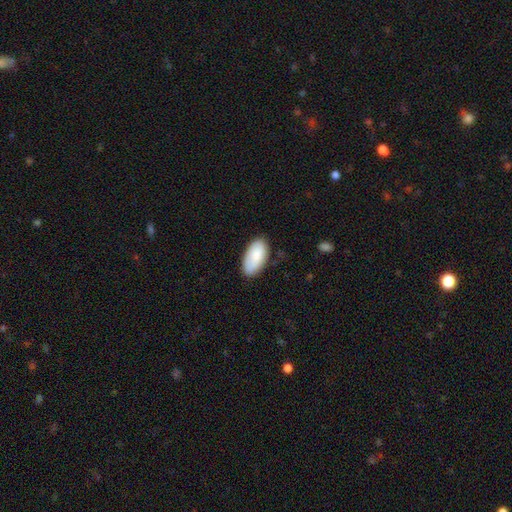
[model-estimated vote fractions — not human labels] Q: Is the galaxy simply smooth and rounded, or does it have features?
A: smooth — 84%.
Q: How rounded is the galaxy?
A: in between — 95%.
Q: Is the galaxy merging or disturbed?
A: none — 78%.